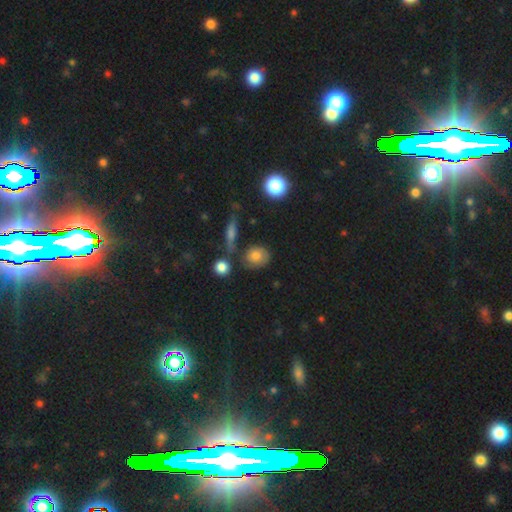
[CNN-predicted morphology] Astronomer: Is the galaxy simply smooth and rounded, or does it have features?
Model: smooth — 74%.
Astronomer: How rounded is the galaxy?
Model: round — 68%.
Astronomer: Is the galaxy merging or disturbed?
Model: none — 66%.